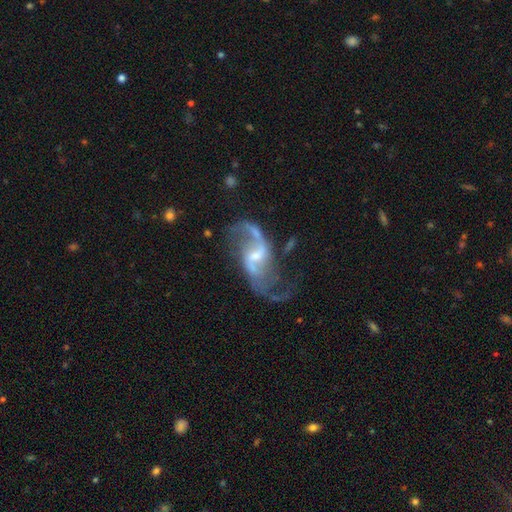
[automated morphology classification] type=featured or disk (90%); edge-on=no (97%); bar=weak (55%); spiral arms=yes (96%); winding=loose (74%); arm count=2 (91%); bulge=small (52%); merging=none (59%).